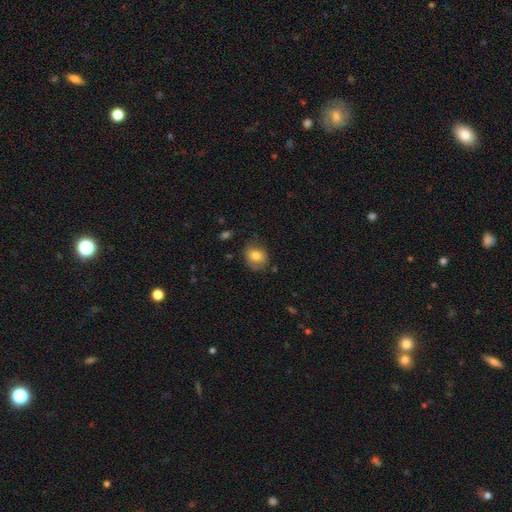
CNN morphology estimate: smooth-or-featured: smooth: 74% | featured or disk: 17% | star or artifact: 8%
  how-rounded: in between: 52% | round: 47% | cigar-shaped: 1%
  merging: none: 68% | minor disturbance: 23% | major disturbance: 8% | merger: 2%